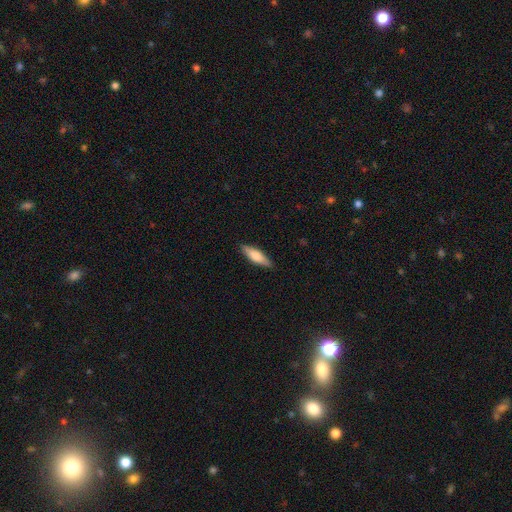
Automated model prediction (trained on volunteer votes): smooth-or-featured: smooth: 70% | featured or disk: 25% | star or artifact: 6%
  how-rounded: cigar-shaped: 56% | in between: 43% | round: 2%
  merging: none: 88% | minor disturbance: 9% | major disturbance: 2% | merger: 1%